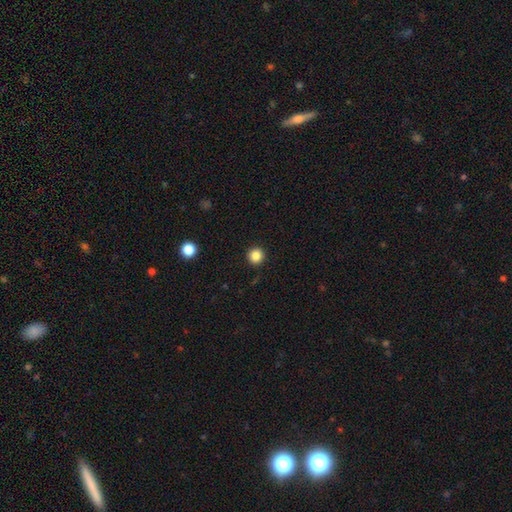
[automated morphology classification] Smooth or featured: smooth — 85% (star or artifact — 11%)
How rounded: round — 95% (in between — 4%)
Merging: none — 93% (minor disturbance — 5%)